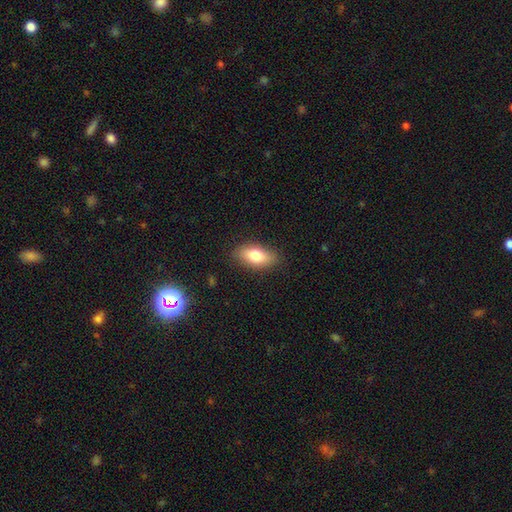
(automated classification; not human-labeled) smooth_or_featured: smooth (p=0.78) [alt: featured or disk p=0.15]
how_rounded: in between (p=0.86) [alt: cigar-shaped p=0.10]
merging: none (p=0.84) [alt: minor disturbance p=0.12]